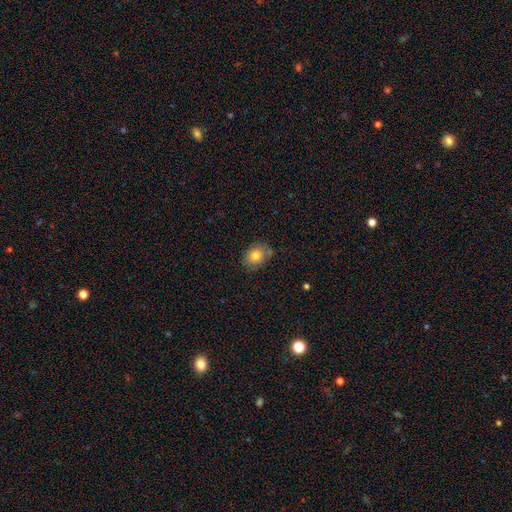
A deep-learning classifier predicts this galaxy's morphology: smooth_or_featured: smooth (p=0.80) [alt: featured or disk p=0.11]
how_rounded: round (p=0.50) [alt: in between p=0.49]
merging: none (p=0.75) [alt: minor disturbance p=0.17]